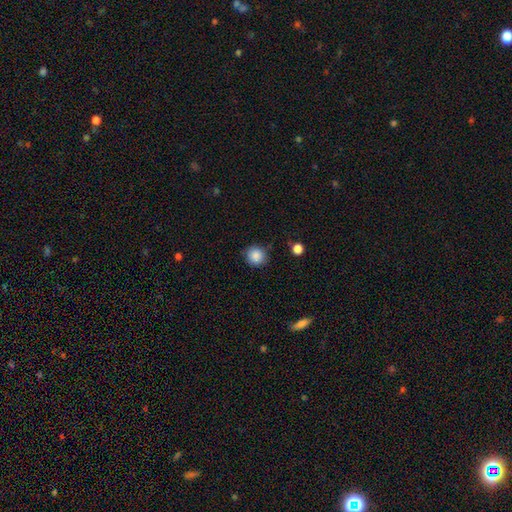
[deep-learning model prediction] smooth-or-featured: smooth: 87% | star or artifact: 10% | featured or disk: 4%
  how-rounded: round: 91% | in between: 8% | cigar-shaped: 1%
  merging: none: 83% | minor disturbance: 12% | major disturbance: 3% | merger: 2%